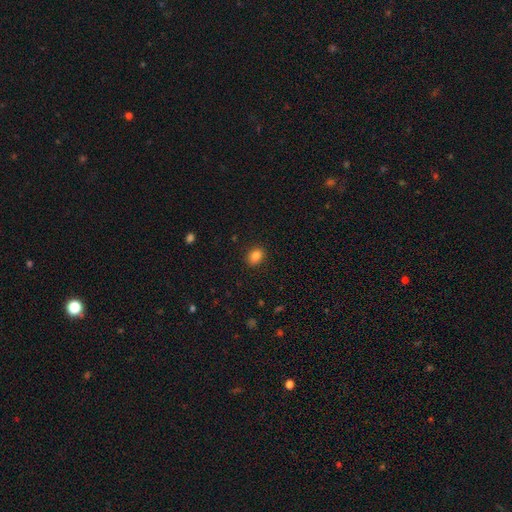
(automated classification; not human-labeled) Q: Smooth or featured?
A: smooth (84%); runner-up: star or artifact (10%)
Q: How rounded?
A: in between (59%); runner-up: round (40%)
Q: Merging?
A: none (89%); runner-up: minor disturbance (8%)